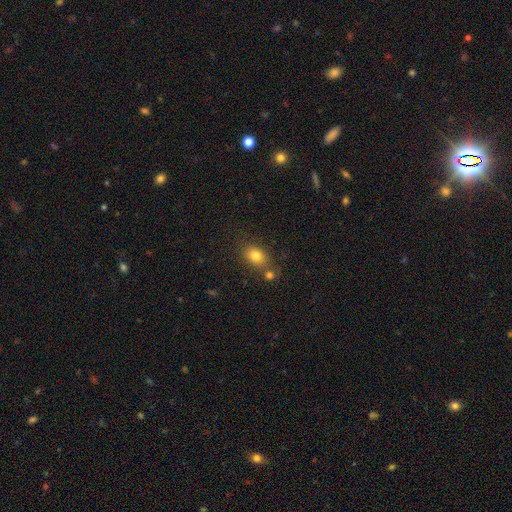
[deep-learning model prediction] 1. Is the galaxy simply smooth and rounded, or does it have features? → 81% smooth, 11% star or artifact, 8% featured or disk.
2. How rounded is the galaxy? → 66% in between, 33% round, 1% cigar-shaped.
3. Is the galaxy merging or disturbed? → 65% none, 19% merger, 13% minor disturbance, 4% major disturbance.